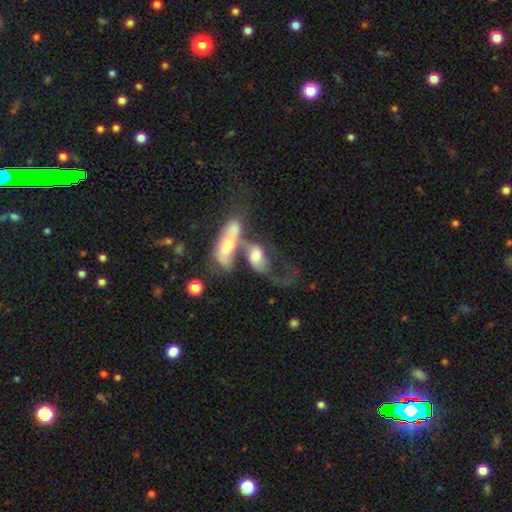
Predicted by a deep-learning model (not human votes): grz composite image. It shows a featured or disk galaxy (46%). Merging: merger (70%).